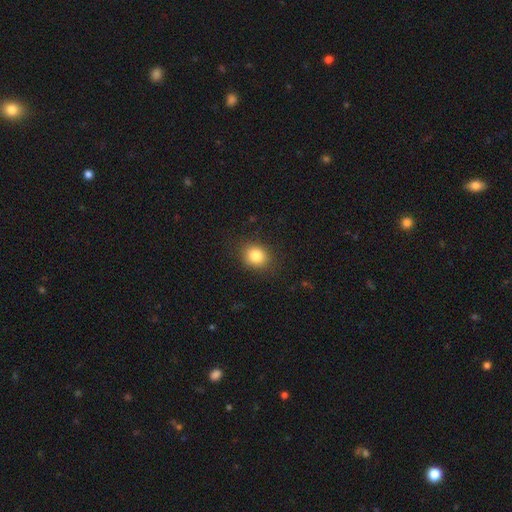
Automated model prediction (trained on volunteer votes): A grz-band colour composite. It shows a smooth galaxy with no disk features (83%) that is round (72%). Merging: none (87%).